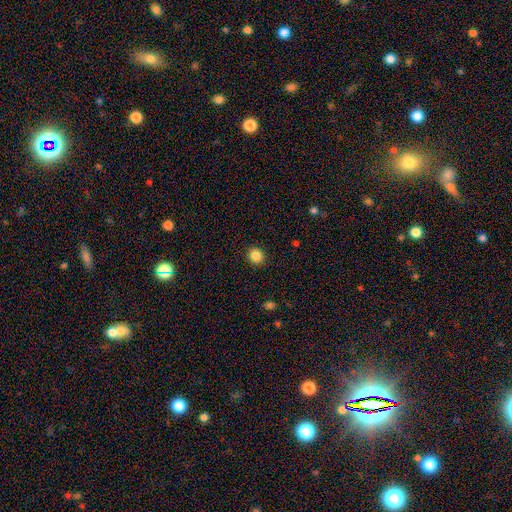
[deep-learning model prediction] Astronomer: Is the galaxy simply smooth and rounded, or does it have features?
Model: smooth — 85%.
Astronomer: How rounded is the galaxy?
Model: round — 87%.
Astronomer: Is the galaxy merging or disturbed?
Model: none — 92%.